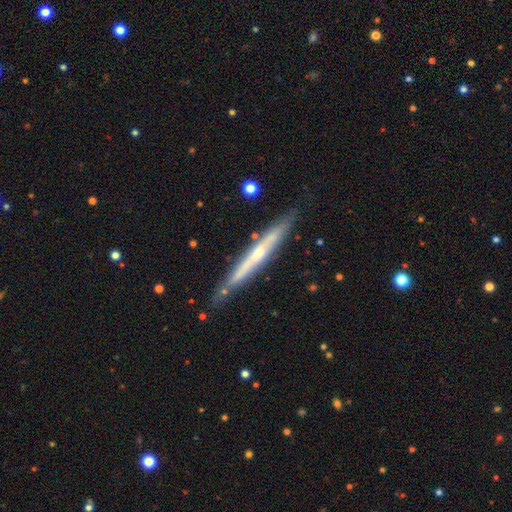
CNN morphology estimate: This is likely a featured or disk galaxy (69%). It is clearly viewed edge-on (94%). Edge-on bulge: possibly rounded (48%). Merging: clearly none (82%).